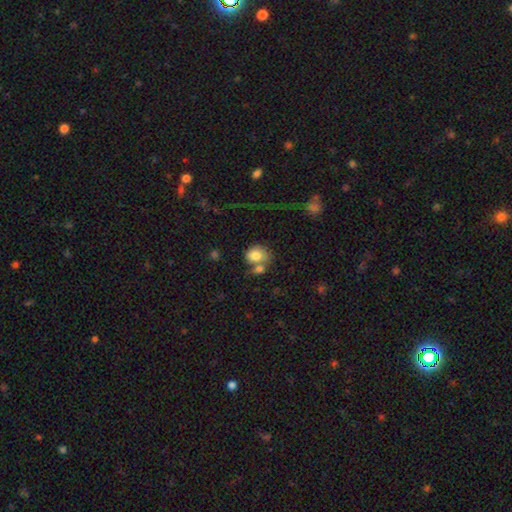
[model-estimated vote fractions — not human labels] Q: Smooth or featured?
A: smooth (78%); runner-up: featured or disk (13%)
Q: How rounded?
A: round (58%); runner-up: in between (41%)
Q: Merging?
A: merger (45%); runner-up: none (35%)